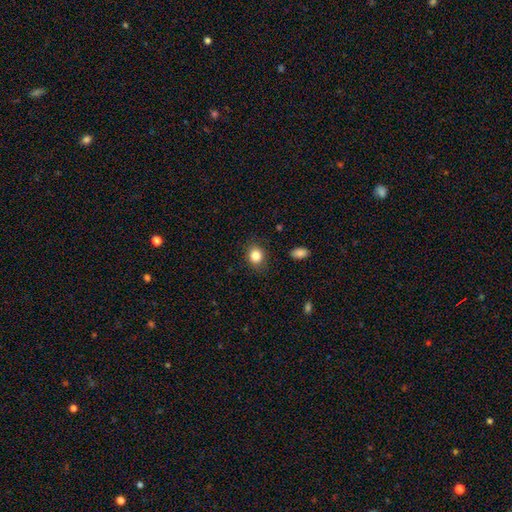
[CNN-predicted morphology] Smooth or featured?
  - smooth: 84% *
  - star or artifact: 10%
  - featured or disk: 6%
How rounded?
  - round: 56% *
  - in between: 43%
  - cigar-shaped: 1%
Merging?
  - none: 84% *
  - minor disturbance: 11%
  - major disturbance: 3%
  - merger: 1%